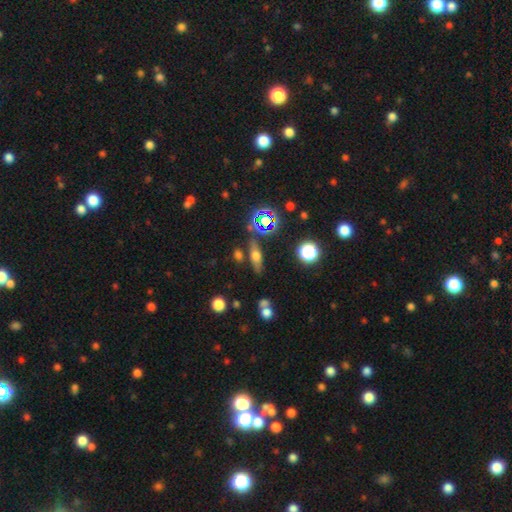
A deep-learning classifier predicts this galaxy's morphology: smooth 48%, featured or disk 35%, star or artifact 17%. Down the decision tree: merging — none (75%).